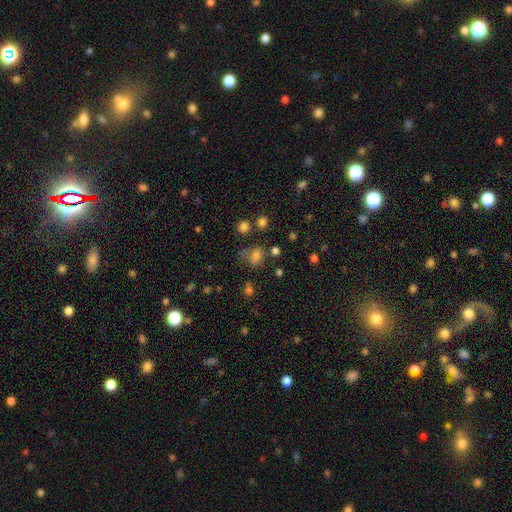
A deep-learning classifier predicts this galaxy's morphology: Smooth or featured: smooth — 70% (star or artifact — 21%)
How rounded: in between — 63% (round — 35%)
Merging: none — 53% (minor disturbance — 24%)